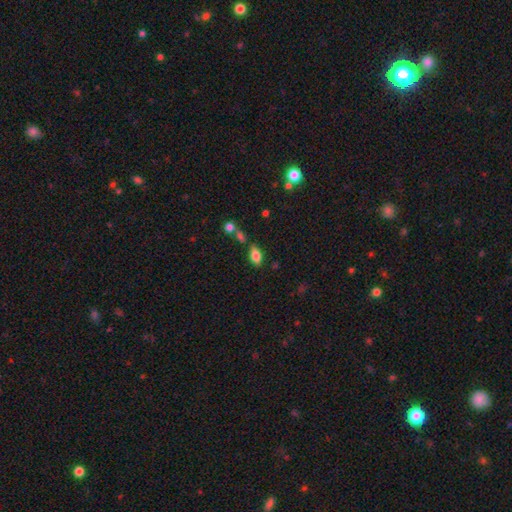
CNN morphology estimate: This appears to be a smooth galaxy with no disk features (79%) that is in between round and cigar-shaped (89%). Merging: none (70%).